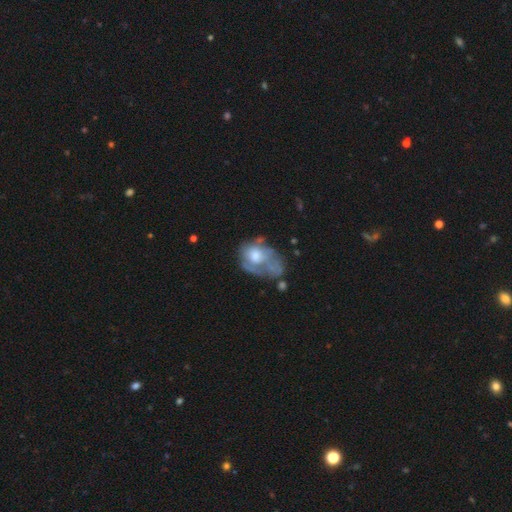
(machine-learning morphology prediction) Smooth or featured? Predicted: featured or disk (p=0.52). Edge-on disk? Predicted: no (p=0.96). Merging? Predicted: major disturbance (p=0.36).